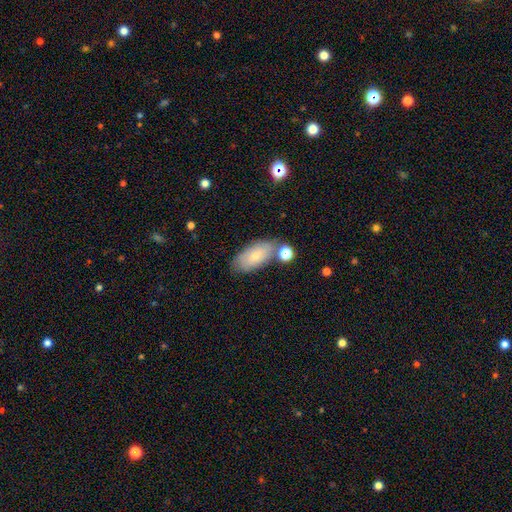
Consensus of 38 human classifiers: A smooth galaxy with no disk features (68%) that is in between round and cigar-shaped (100%). Merging: none (77%).